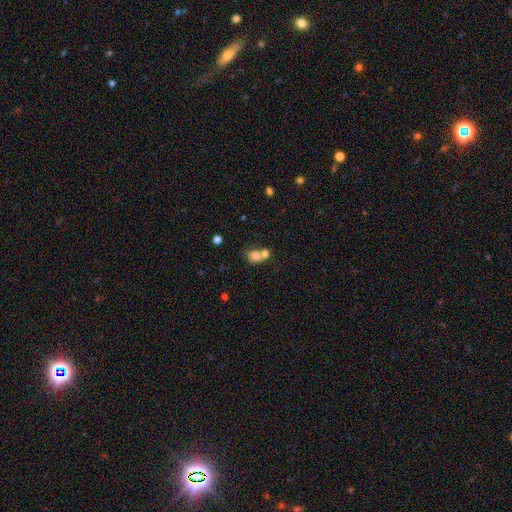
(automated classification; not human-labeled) smooth_or_featured: smooth (p=0.77) [alt: featured or disk p=0.12]
how_rounded: round (p=0.62) [alt: in between p=0.36]
merging: merger (p=0.56) [alt: none p=0.32]